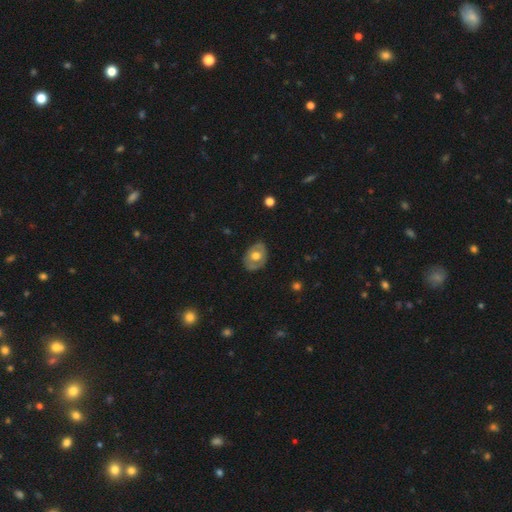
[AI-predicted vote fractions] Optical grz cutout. It shows a smooth galaxy with no disk features (49%). Merging: none (77%).